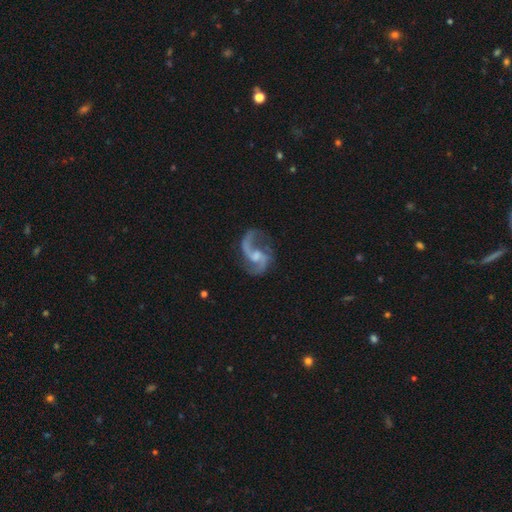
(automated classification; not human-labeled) This is clearly a featured or disk galaxy (91%). It is clearly not viewed edge-on (98%). Bar: marginally weak (45%). Spiral arm pattern: clearly yes (97%). Spiral arm count: clearly 2 (91%). Spiral winding: possibly loose (59%). Central bulge: marginally moderate (41%). Merging: likely none (69%).